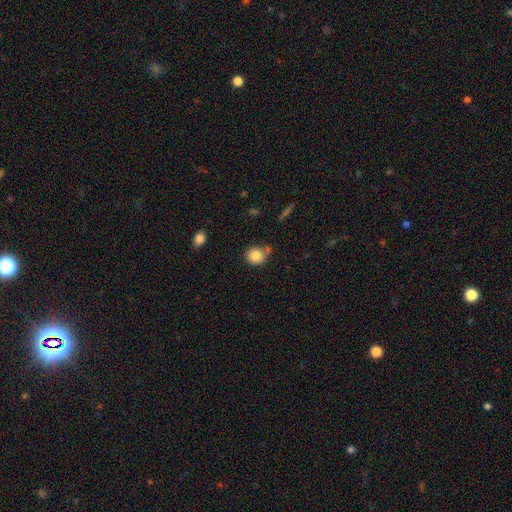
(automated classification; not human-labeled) A smooth galaxy with no disk features (84%) that is round (85%). Merging: none (66%).